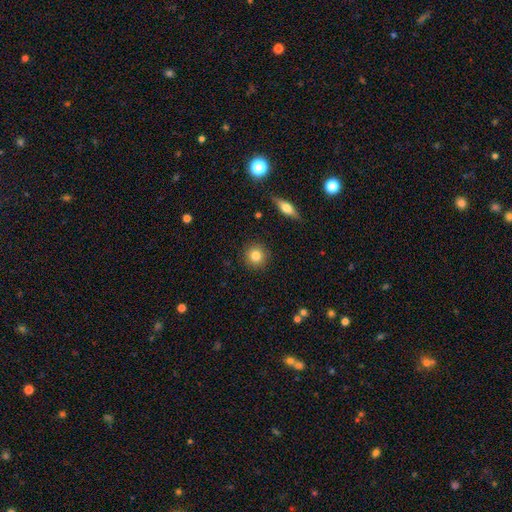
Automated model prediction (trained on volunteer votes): This appears to be a smooth galaxy with no disk features (82%) that is round (93%). Merging: none (91%).